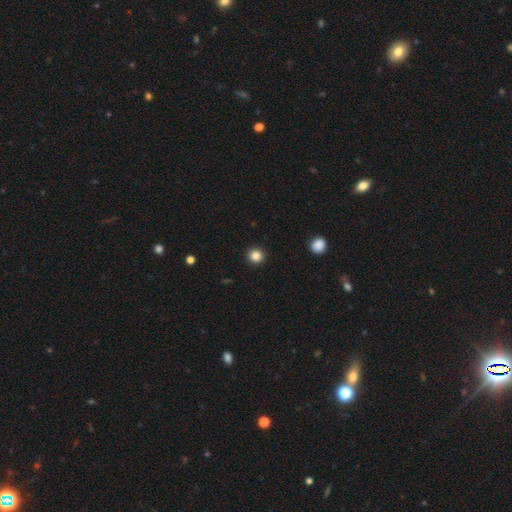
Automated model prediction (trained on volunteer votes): Smooth or featured? Predicted: smooth (p=0.85). How rounded? Predicted: round (p=0.94). Merging? Predicted: none (p=0.93).